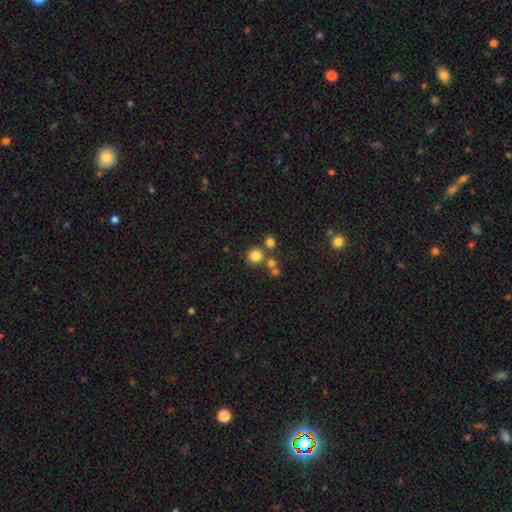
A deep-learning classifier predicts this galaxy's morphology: This appears to be a smooth galaxy with no disk features (79%) that is round (92%). Merging: none (74%).